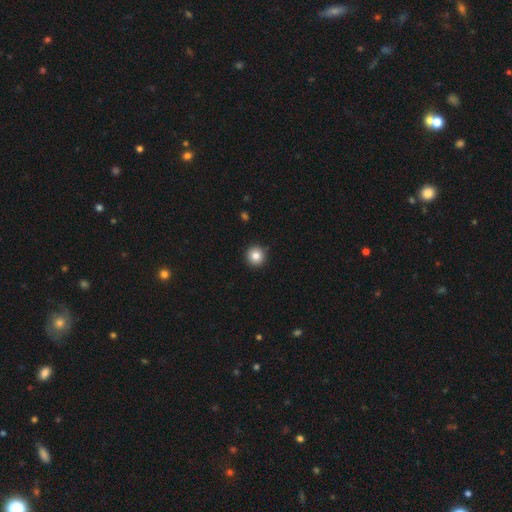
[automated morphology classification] Q: Smooth or featured?
A: smooth (84%); runner-up: star or artifact (10%)
Q: How rounded?
A: round (95%); runner-up: in between (4%)
Q: Merging?
A: none (92%); runner-up: minor disturbance (6%)